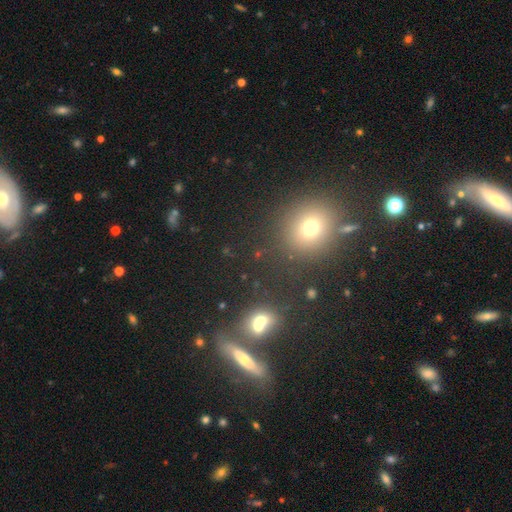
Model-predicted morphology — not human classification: A smooth galaxy with no disk features (46%).

Vote fractions:
- Smooth or featured? smooth: 46% / star or artifact: 34% / featured or disk: 20%
- Merging? none: 80% / minor disturbance: 9% / merger: 7% / major disturbance: 4%